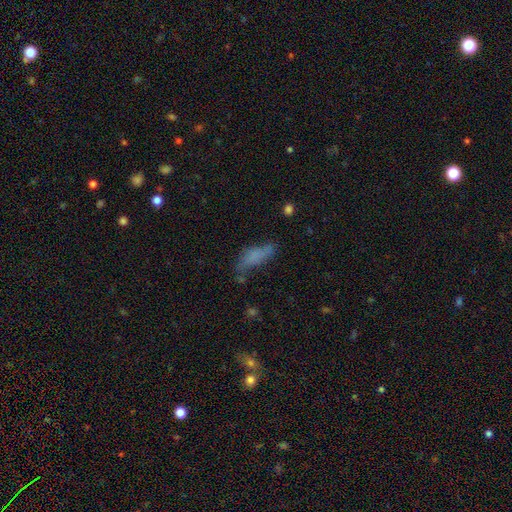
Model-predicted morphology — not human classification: This is likely a smooth galaxy (64%). How rounded: possibly in between (59%). Merging: possibly none (45%).